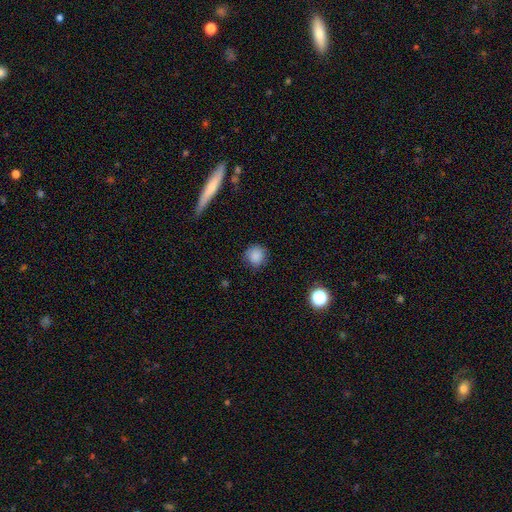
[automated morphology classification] The model was most divided on "merging": none: 84%, minor disturbance: 11%, major disturbance: 3%, merger: 1%. More confident: how rounded — round (91%); smooth or featured — smooth (86%).